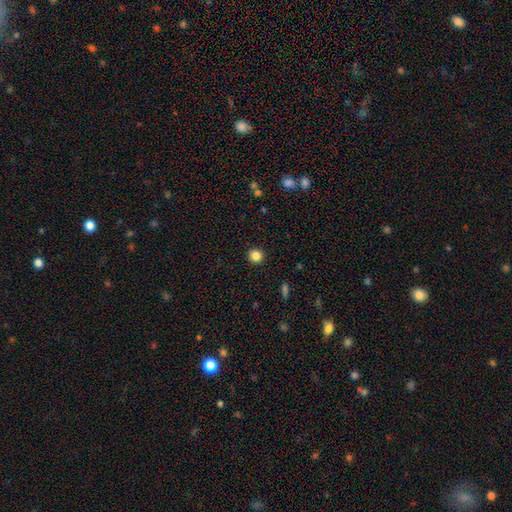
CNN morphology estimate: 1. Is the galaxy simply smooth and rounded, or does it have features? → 84% smooth, 11% star or artifact, 4% featured or disk.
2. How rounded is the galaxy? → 94% round, 5% in between, 1% cigar-shaped.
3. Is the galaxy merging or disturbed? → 93% none, 4% minor disturbance, 2% major disturbance, 1% merger.